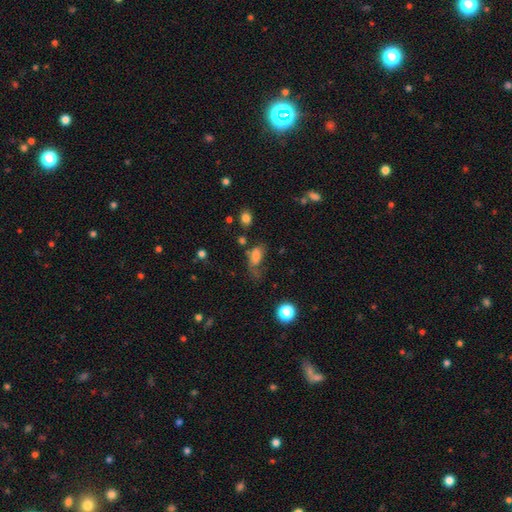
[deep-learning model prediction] This appears to be a smooth galaxy with no disk features (72%) that is in between round and cigar-shaped (85%). Merging: major disturbance (38%).